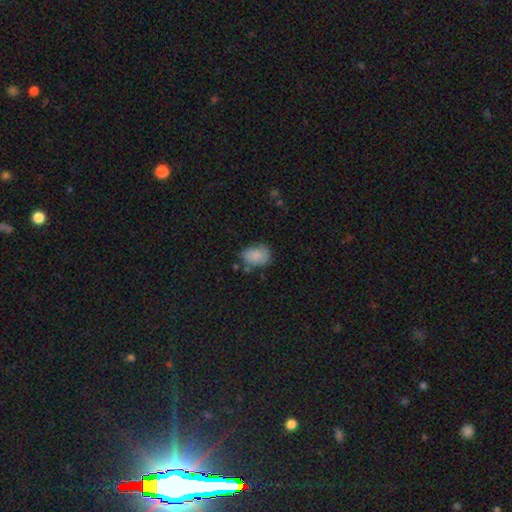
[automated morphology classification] This is likely a smooth galaxy (80%). How rounded: likely in between (75%). Merging: possibly none (59%).